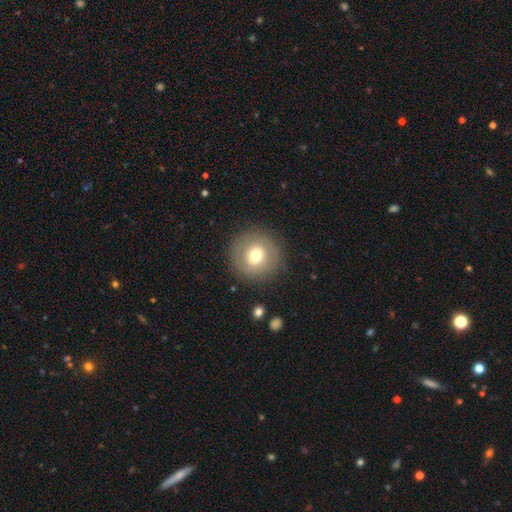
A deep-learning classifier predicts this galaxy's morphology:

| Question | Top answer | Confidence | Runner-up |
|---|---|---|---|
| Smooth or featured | smooth | 69% | featured or disk (22%) |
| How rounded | round | 95% | in between (4%) |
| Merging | none | 88% | minor disturbance (7%) |